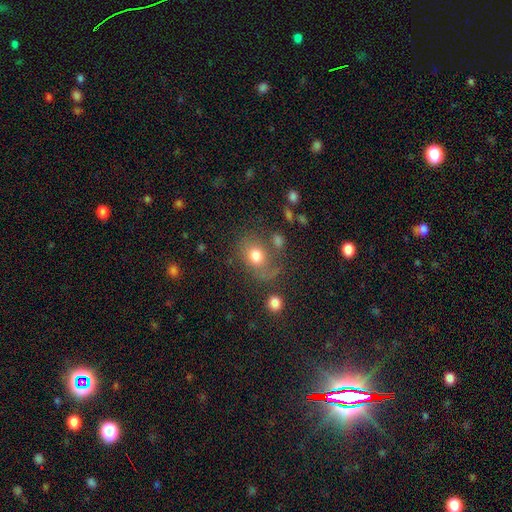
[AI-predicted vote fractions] Smooth or featured? Predicted: smooth (p=0.72). How rounded? Predicted: in between (p=0.52). Merging? Predicted: none (p=0.53).